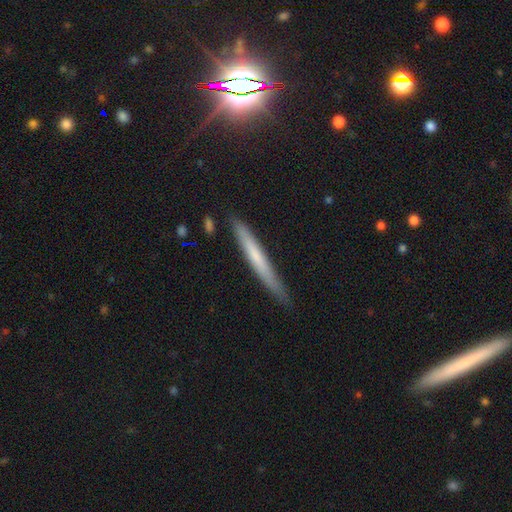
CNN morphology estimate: The model was most divided on "smooth or featured": smooth: 56%, featured or disk: 38%, star or artifact: 6%. More confident: how rounded — cigar-shaped (97%); merging — none (85%).